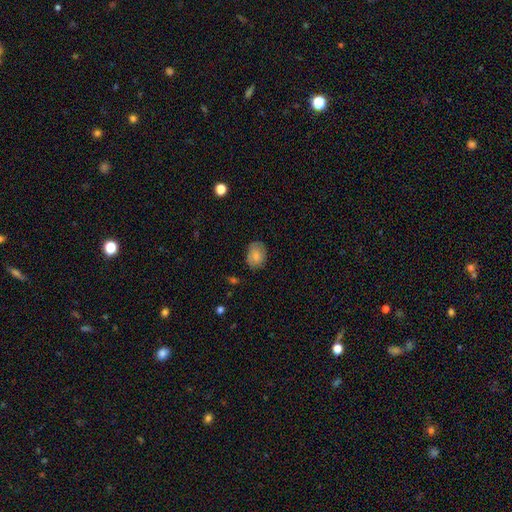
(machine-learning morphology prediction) This appears to be a smooth galaxy with no disk features (79%) that is in between round and cigar-shaped (68%). Merging: none (74%).